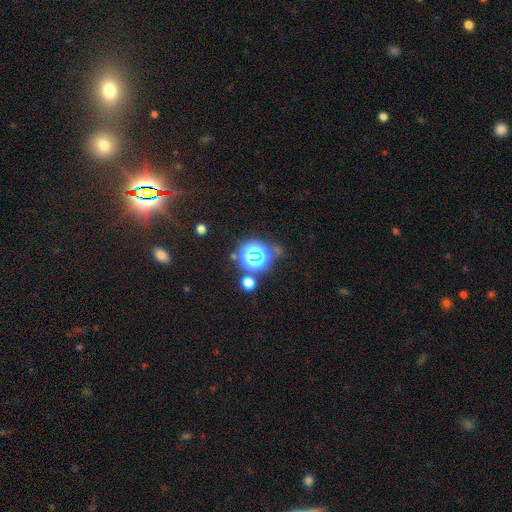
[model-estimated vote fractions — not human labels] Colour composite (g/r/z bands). It shows a star or artifact, not a galaxy (63%).